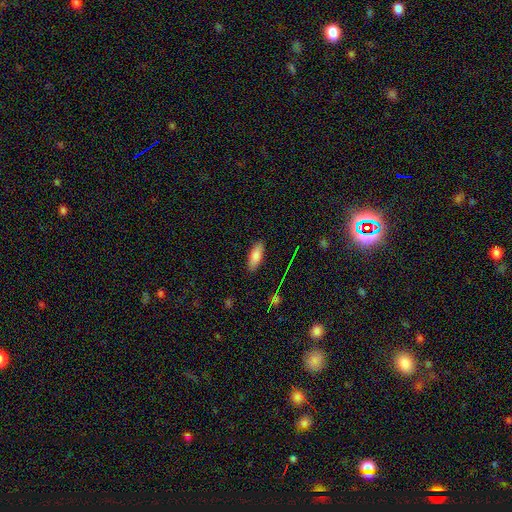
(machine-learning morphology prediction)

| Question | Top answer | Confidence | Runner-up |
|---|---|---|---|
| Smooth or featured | smooth | 80% | featured or disk (11%) |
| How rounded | in between | 74% | cigar-shaped (23%) |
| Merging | none | 87% | minor disturbance (10%) |